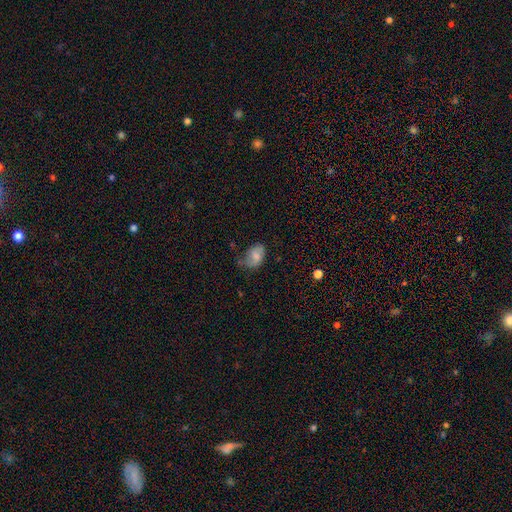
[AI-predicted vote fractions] smooth_or_featured: smooth (p=0.66) [alt: featured or disk p=0.26]
how_rounded: in between (p=0.86) [alt: round p=0.13]
merging: none (p=0.45) [alt: minor disturbance p=0.37]